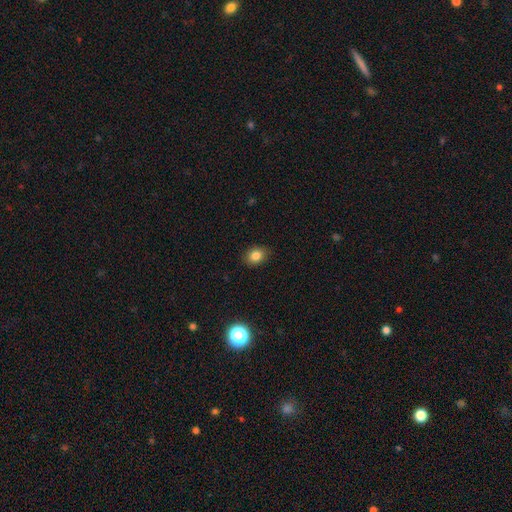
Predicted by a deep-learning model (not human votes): smooth 83%, star or artifact 11%, featured or disk 6%. Down the decision tree: how rounded — in between (55%); merging — none (87%).